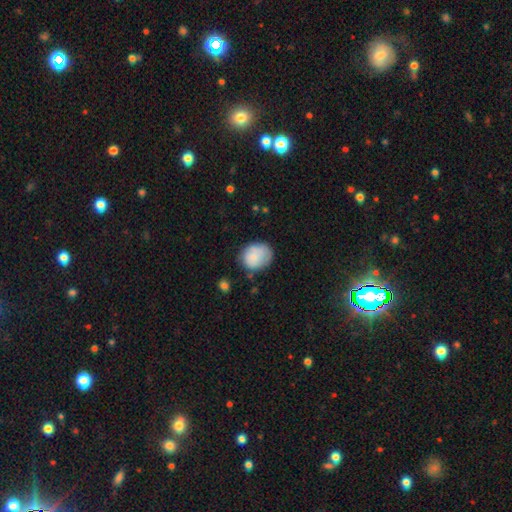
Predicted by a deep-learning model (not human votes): This is likely a smooth galaxy (77%). How rounded: possibly round (58%). Merging: likely none (60%).